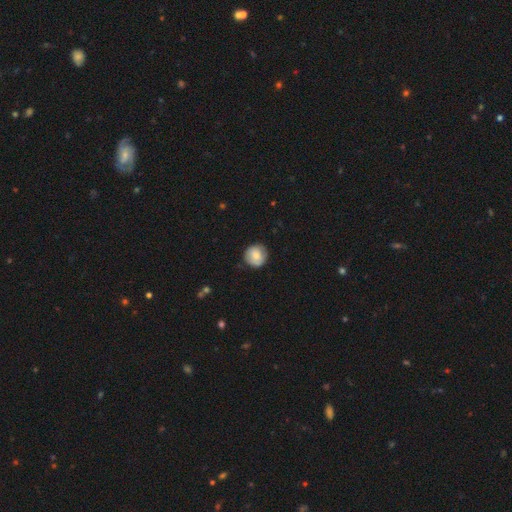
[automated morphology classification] A smooth galaxy with no disk features (74%) that is round (93%).

Vote fractions:
- Smooth or featured? smooth: 74% / featured or disk: 19% / star or artifact: 7%
- How rounded? round: 93% / in between: 6% / cigar-shaped: 1%
- Merging? none: 81% / minor disturbance: 15% / major disturbance: 3% / merger: 1%